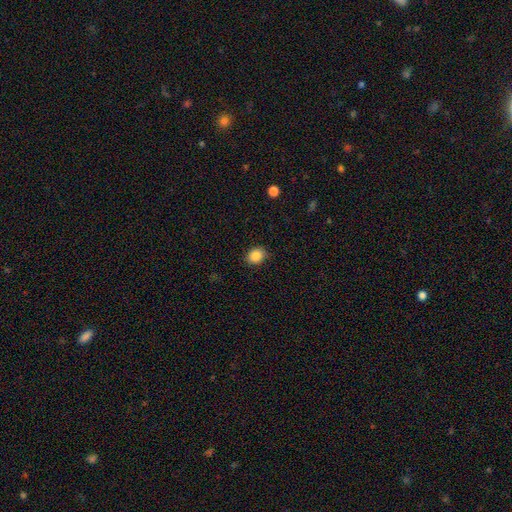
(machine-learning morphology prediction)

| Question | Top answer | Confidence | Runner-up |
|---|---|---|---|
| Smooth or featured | smooth | 87% | star or artifact (9%) |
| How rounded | round | 57% | in between (43%) |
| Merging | none | 87% | minor disturbance (10%) |